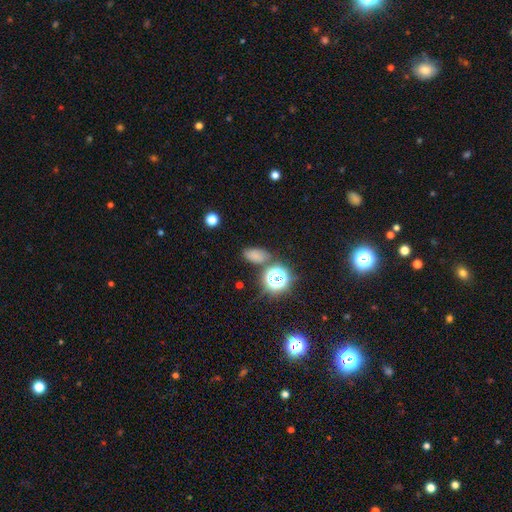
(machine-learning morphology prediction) smooth-or-featured: smooth: 66% | star or artifact: 26% | featured or disk: 8%
  how-rounded: in between: 81% | round: 15% | cigar-shaped: 3%
  merging: none: 71% | minor disturbance: 15% | merger: 9% | major disturbance: 5%